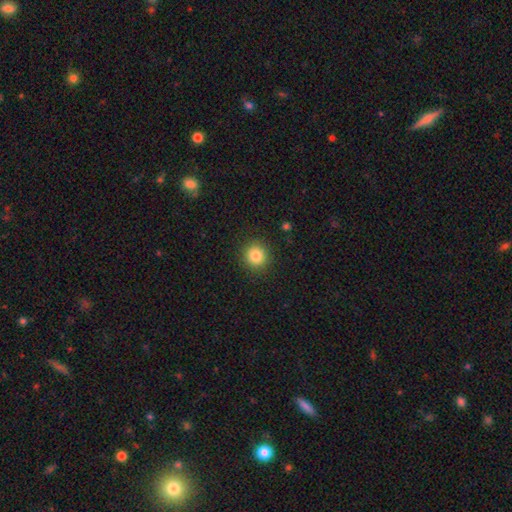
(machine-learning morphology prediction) Smooth or featured? smooth (84%)
How rounded? round (91%)
Merging? none (91%)